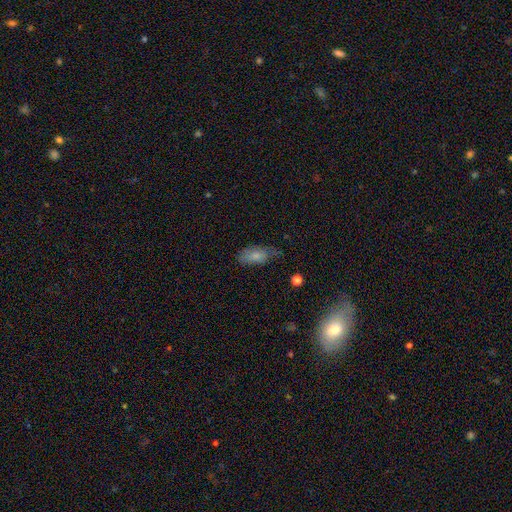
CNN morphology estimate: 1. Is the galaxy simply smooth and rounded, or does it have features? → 77% smooth, 15% featured or disk, 8% star or artifact.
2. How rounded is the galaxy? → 88% in between, 9% cigar-shaped, 3% round.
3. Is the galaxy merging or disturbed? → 51% none, 36% minor disturbance, 11% major disturbance, 2% merger.